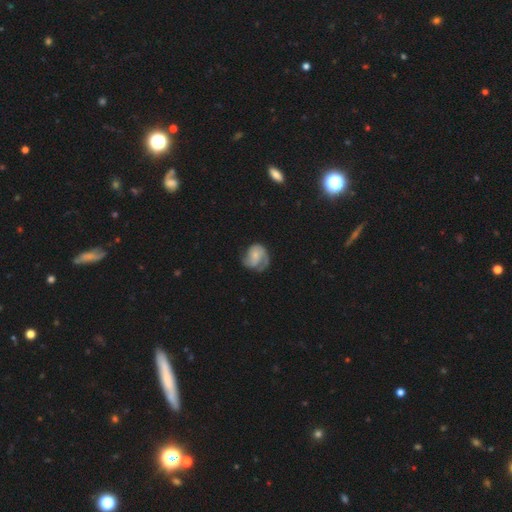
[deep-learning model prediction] A featured or disk galaxy (58%) with no bar (71%), spiral arms (84%) and a small central bulge (63%). Merging: none (46%).